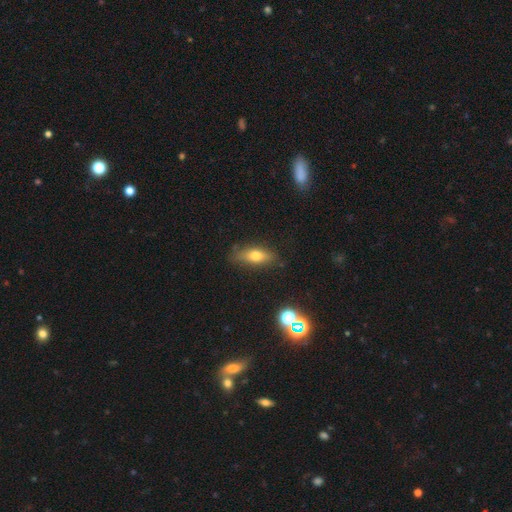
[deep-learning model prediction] Overall: smooth (64%; featured or disk 27%). How rounded: in between (62%; cigar-shaped 32%). Merging: none (79%).